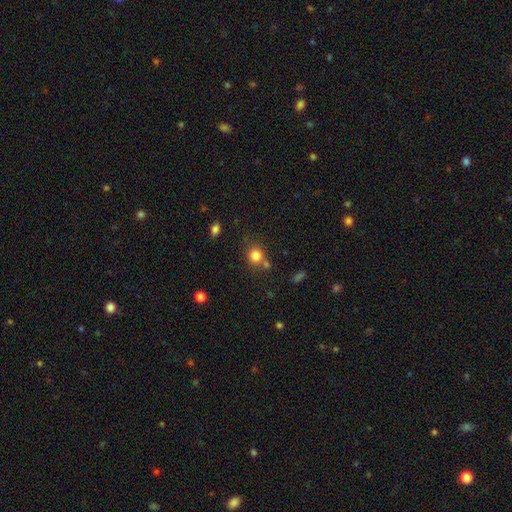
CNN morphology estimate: smooth_or_featured: smooth (p=0.81) [alt: star or artifact p=0.13]
how_rounded: round (p=0.80) [alt: in between p=0.19]
merging: none (p=0.66) [alt: merger p=0.18]